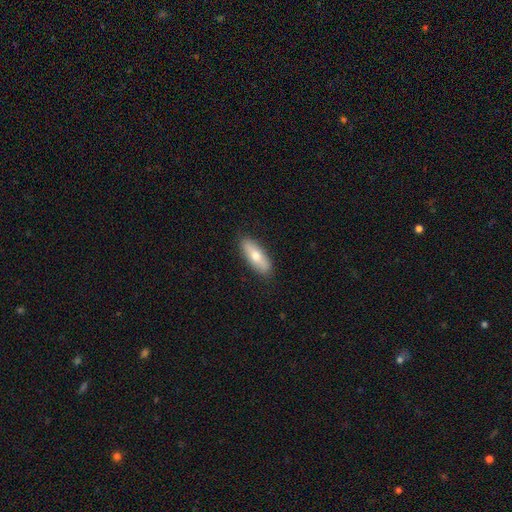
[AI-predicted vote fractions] The model was most divided on "how rounded": in between: 65%, cigar-shaped: 32%, round: 2%. More confident: merging — none (87%); smooth or featured — smooth (68%).